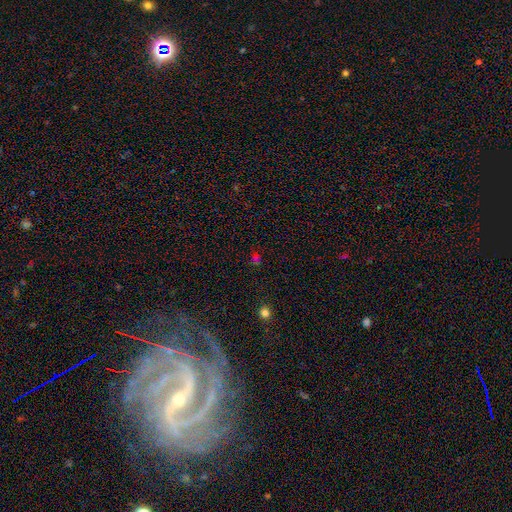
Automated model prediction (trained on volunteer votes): smooth_or_featured: smooth (p=0.49) [alt: star or artifact p=0.43]
merging: none (p=0.74) [alt: minor disturbance p=0.13]